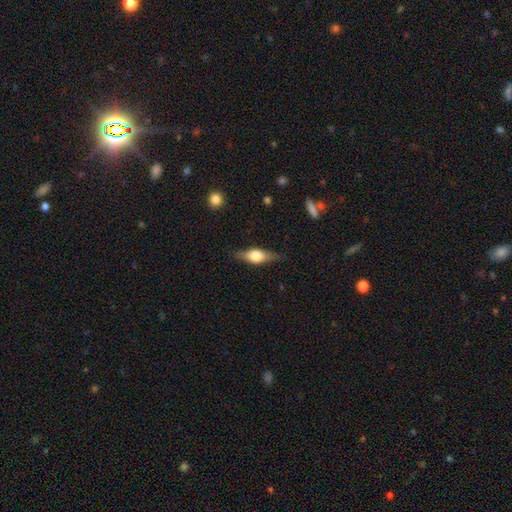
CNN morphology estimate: A featured or disk galaxy (53%) viewed edge-on (93%). Merging: none (83%).